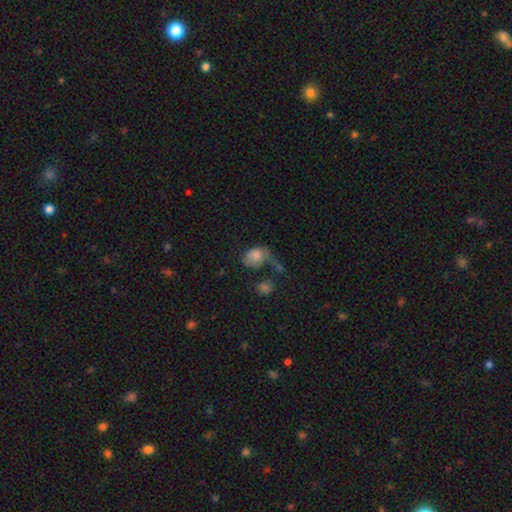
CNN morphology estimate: This is likely a smooth galaxy (73%). How rounded: likely in between (69%). Merging: marginally major disturbance (37%).